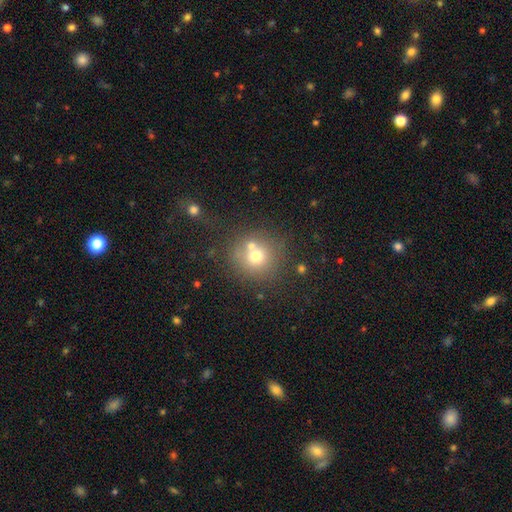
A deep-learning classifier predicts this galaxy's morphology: Smooth or featured? smooth (67%)
How rounded? round (91%)
Merging? none (61%)